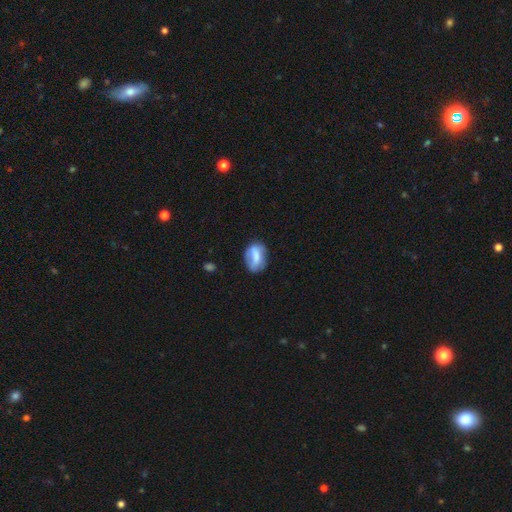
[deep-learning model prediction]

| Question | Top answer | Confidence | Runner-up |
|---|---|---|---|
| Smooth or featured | smooth | 57% | featured or disk (35%) |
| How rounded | in between | 78% | round (18%) |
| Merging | none | 62% | minor disturbance (25%) |